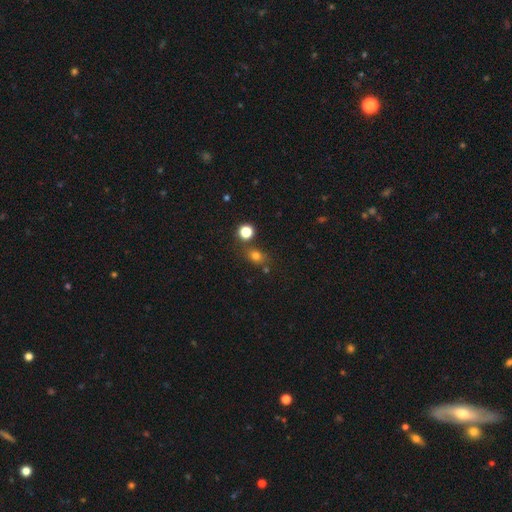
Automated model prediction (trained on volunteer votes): Overall: smooth (73%). How rounded: in between (51%; round 47%). Merging: none (69%).